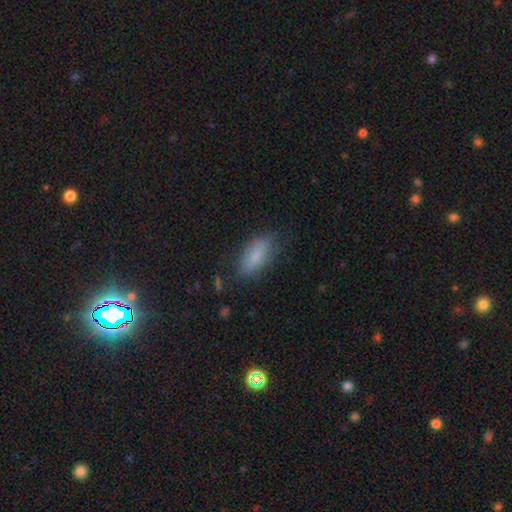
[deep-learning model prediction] A smooth galaxy with no disk features (78%) that is in between round and cigar-shaped (78%). Merging: none (72%).